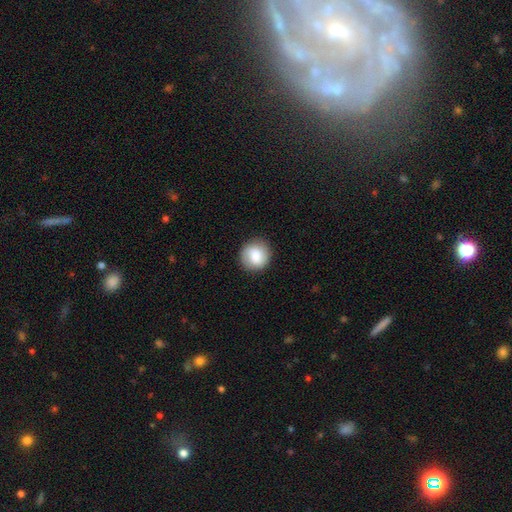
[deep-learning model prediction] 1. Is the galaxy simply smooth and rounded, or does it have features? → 76% smooth, 17% featured or disk, 7% star or artifact.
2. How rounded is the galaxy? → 88% round, 11% in between, 1% cigar-shaped.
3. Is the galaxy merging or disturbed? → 87% none, 9% minor disturbance, 3% major disturbance, 1% merger.